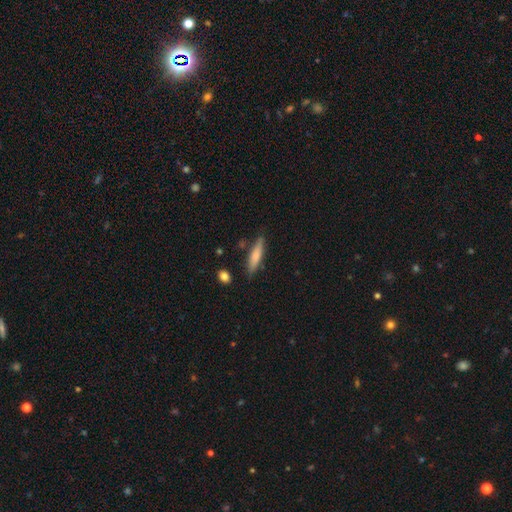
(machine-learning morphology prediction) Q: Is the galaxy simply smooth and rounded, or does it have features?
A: smooth — 74%.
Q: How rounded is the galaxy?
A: cigar-shaped — 78%.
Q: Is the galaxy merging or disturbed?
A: none — 79%.